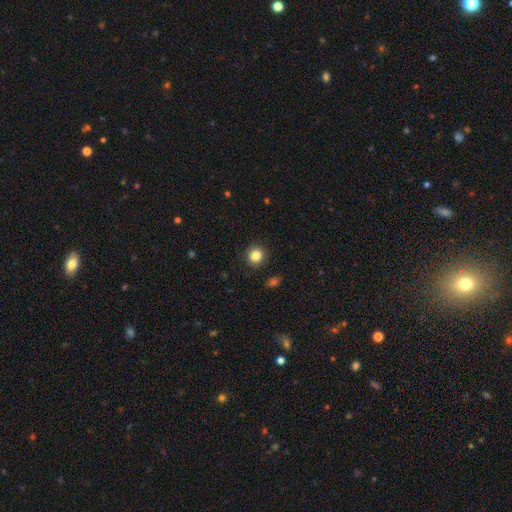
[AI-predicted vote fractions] A smooth galaxy with no disk features (84%) that is round (89%).

Vote fractions:
- Smooth or featured? smooth: 84% / star or artifact: 11% / featured or disk: 5%
- How rounded? round: 89% / in between: 10% / cigar-shaped: 1%
- Merging? none: 90% / minor disturbance: 7% / major disturbance: 2% / merger: 1%